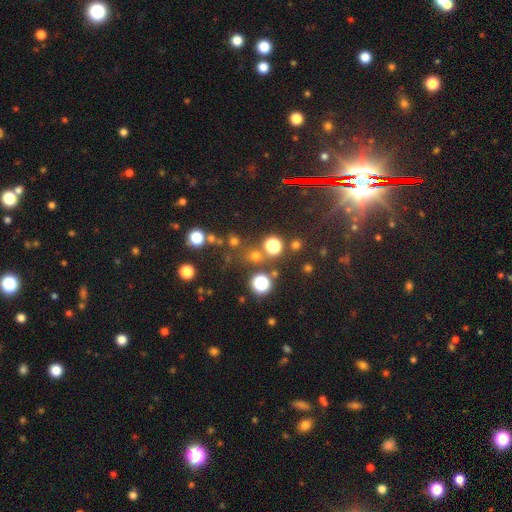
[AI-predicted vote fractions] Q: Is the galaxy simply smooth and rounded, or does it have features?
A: smooth — 55%.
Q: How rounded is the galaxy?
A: round — 90%.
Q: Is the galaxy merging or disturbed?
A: none — 76%.